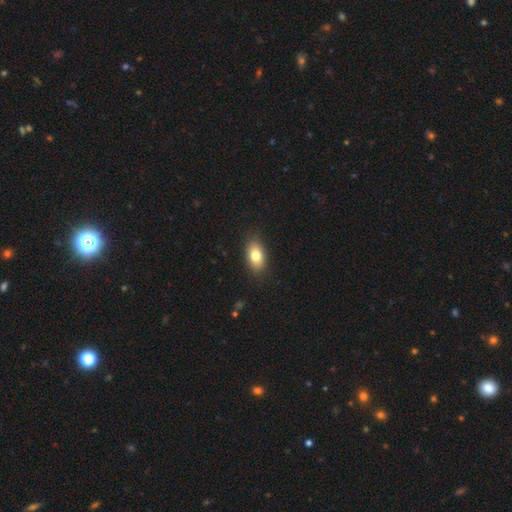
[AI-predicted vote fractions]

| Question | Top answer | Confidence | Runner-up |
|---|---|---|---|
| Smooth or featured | smooth | 79% | featured or disk (13%) |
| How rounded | in between | 88% | round (9%) |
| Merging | none | 87% | minor disturbance (10%) |